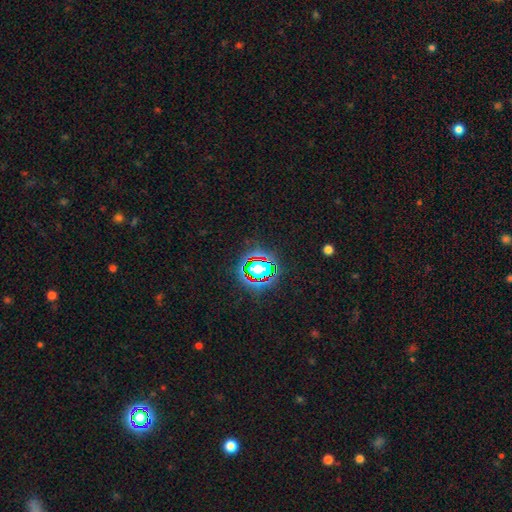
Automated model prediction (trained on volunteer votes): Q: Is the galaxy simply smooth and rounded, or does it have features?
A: star or artifact — 80%.